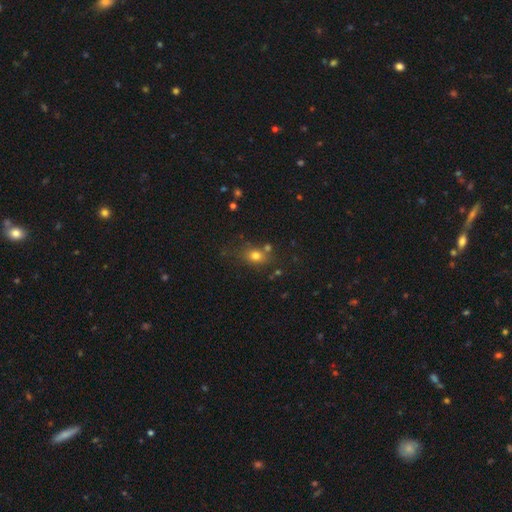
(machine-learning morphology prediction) type=smooth (75%); roundness=in between (56%); merging=none (66%).